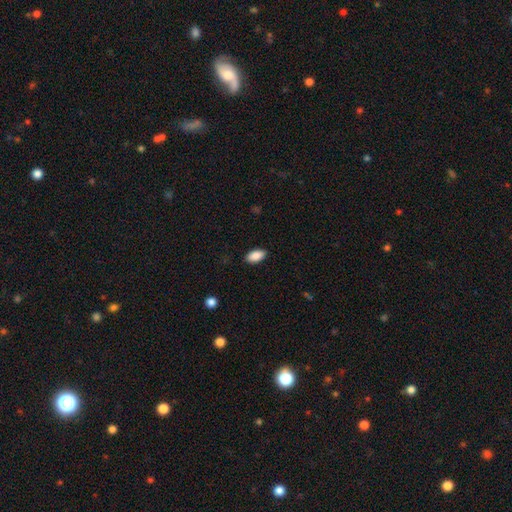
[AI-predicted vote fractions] Overall: smooth (89%). How rounded: in between (94%). Merging: none (88%).